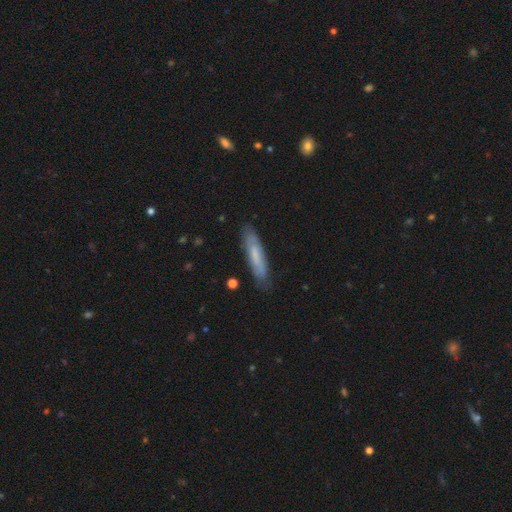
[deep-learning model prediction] Morphology: type=smooth (58%); roundness=cigar-shaped (77%); merging=none (81%).